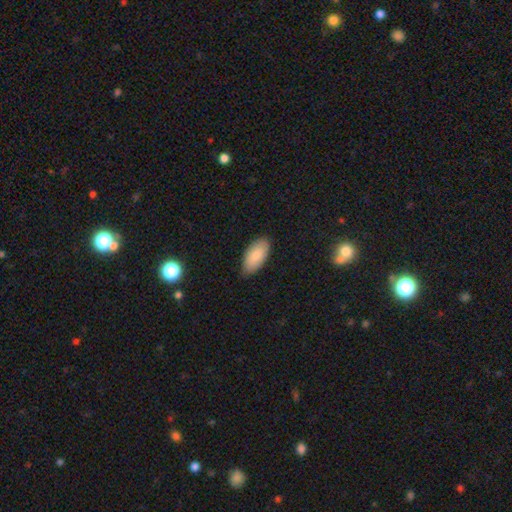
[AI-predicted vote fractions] The model was most divided on "merging": none: 80%, minor disturbance: 17%, major disturbance: 2%, merger: 1%. More confident: how rounded — in between (94%); smooth or featured — smooth (83%).